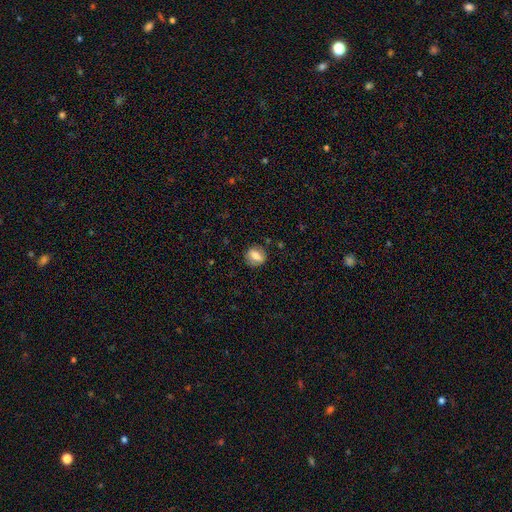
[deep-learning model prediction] The model was most divided on "how rounded": round: 54%, in between: 43%, cigar-shaped: 4%. More confident: merging — none (80%); smooth or featured — smooth (70%).